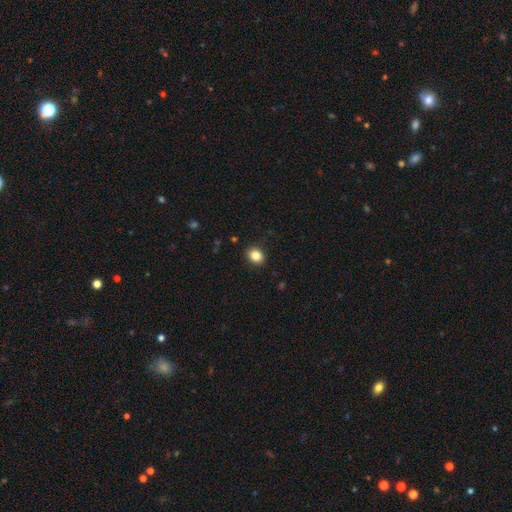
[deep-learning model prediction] Smooth or featured?
  - smooth: 85% *
  - star or artifact: 10%
  - featured or disk: 5%
How rounded?
  - round: 57% *
  - in between: 42%
  - cigar-shaped: 1%
Merging?
  - none: 90% *
  - minor disturbance: 7%
  - major disturbance: 2%
  - merger: 1%